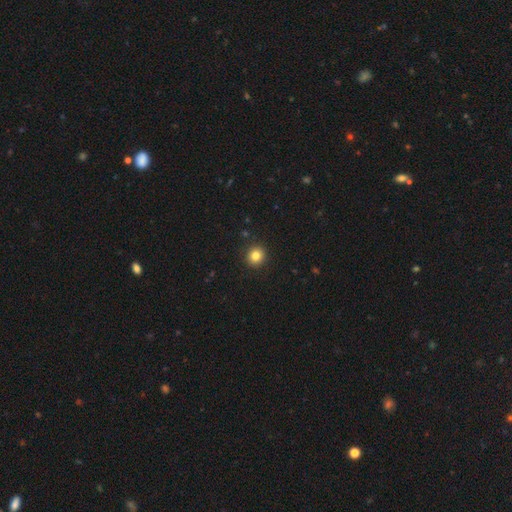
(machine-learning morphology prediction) Overall: smooth (83%). How rounded: round (91%). Merging: none (92%).